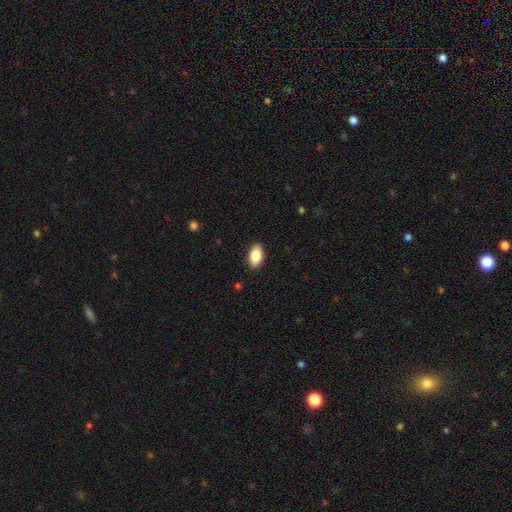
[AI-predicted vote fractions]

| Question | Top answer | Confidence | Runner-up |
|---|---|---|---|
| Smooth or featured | smooth | 87% | star or artifact (7%) |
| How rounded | in between | 93% | round (4%) |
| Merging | none | 89% | minor disturbance (8%) |